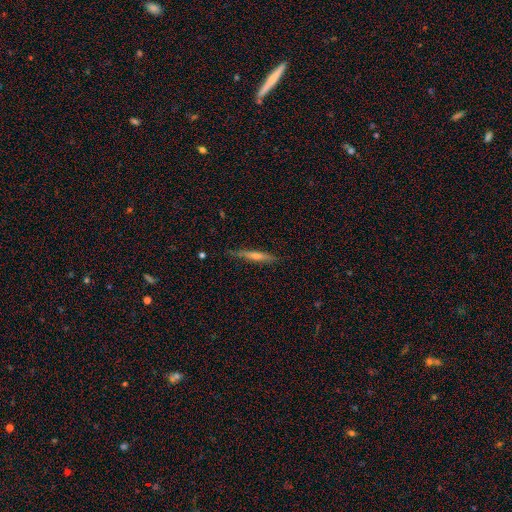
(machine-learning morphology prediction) featured or disk 54%, smooth 38%, star or artifact 7%. Down the decision tree: edge-on disk — yes (96%); edge-on bulge — rounded (64%); merging — none (84%).